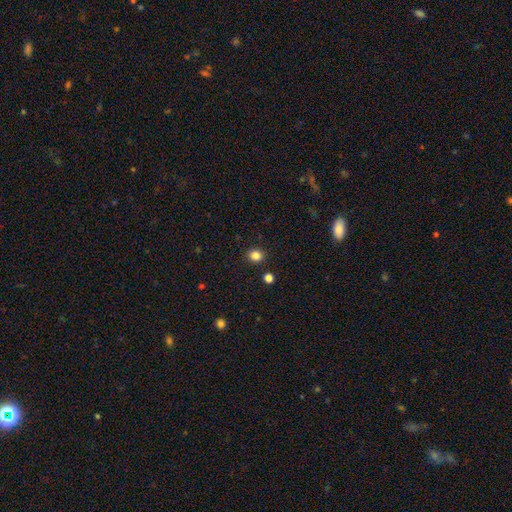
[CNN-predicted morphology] smooth_or_featured: smooth (p=0.83) [alt: star or artifact p=0.12]
how_rounded: round (p=0.75) [alt: in between p=0.24]
merging: none (p=0.90) [alt: minor disturbance p=0.06]